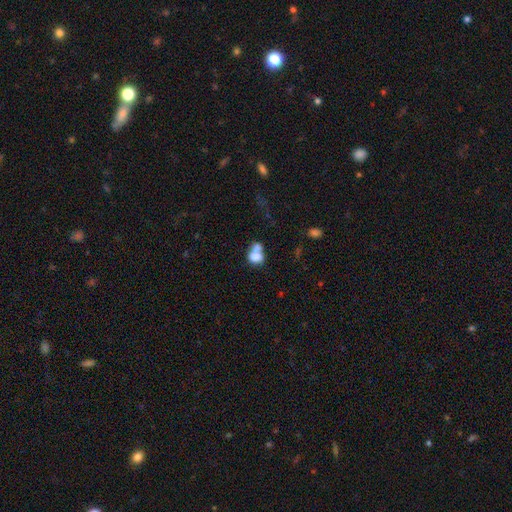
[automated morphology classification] smooth_or_featured: smooth (p=0.74) [alt: featured or disk p=0.16]
how_rounded: in between (p=0.61) [alt: round p=0.38]
merging: merger (p=0.61) [alt: none p=0.22]